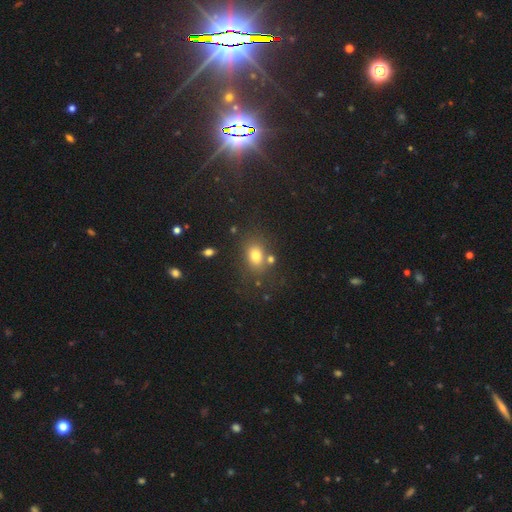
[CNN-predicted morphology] Smooth or featured: smooth — 75% (star or artifact — 14%)
How rounded: in between — 61% (round — 38%)
Merging: none — 70% (minor disturbance — 13%)